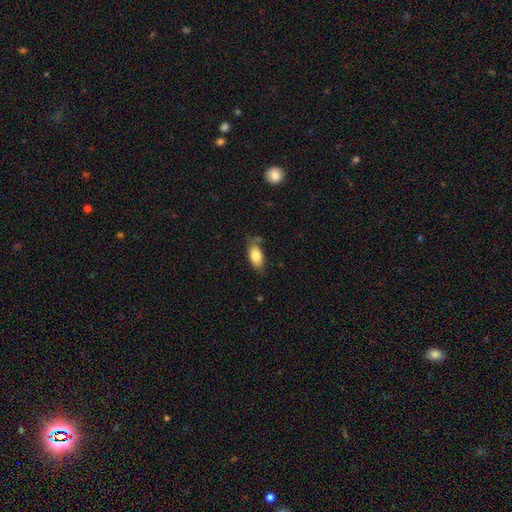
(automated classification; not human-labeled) smooth_or_featured: smooth (p=0.80) [alt: featured or disk p=0.13]
how_rounded: in between (p=0.91) [alt: cigar-shaped p=0.05]
merging: none (p=0.68) [alt: minor disturbance p=0.22]